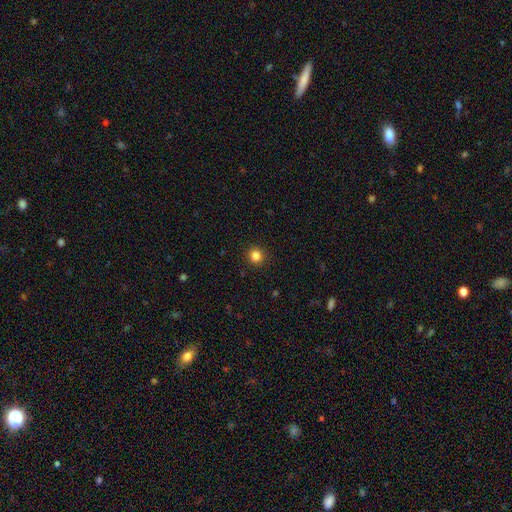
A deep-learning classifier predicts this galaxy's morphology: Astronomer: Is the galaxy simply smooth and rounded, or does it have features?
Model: smooth — 84%.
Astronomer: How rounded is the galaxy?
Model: round — 90%.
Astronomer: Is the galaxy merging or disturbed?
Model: none — 92%.